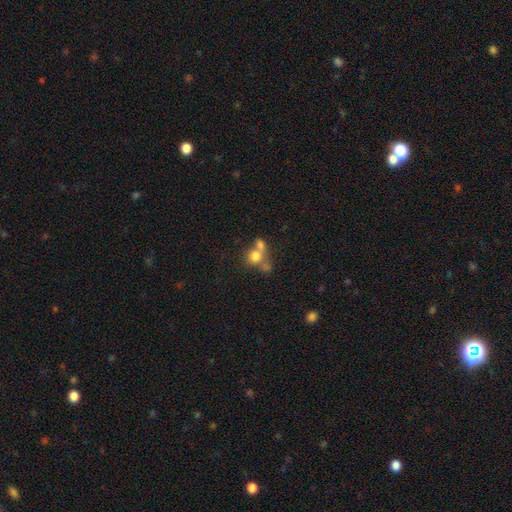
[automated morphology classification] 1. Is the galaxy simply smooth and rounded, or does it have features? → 72% smooth, 16% featured or disk, 12% star or artifact.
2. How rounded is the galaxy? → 78% round, 21% in between, 1% cigar-shaped.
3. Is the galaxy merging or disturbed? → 57% merger, 30% none, 7% minor disturbance, 6% major disturbance.